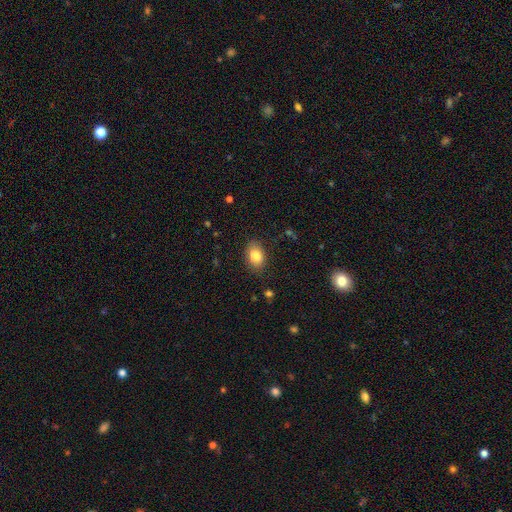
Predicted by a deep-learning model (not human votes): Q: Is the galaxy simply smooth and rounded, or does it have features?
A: smooth — 83%.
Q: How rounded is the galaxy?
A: in between — 82%.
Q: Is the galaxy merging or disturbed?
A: none — 80%.